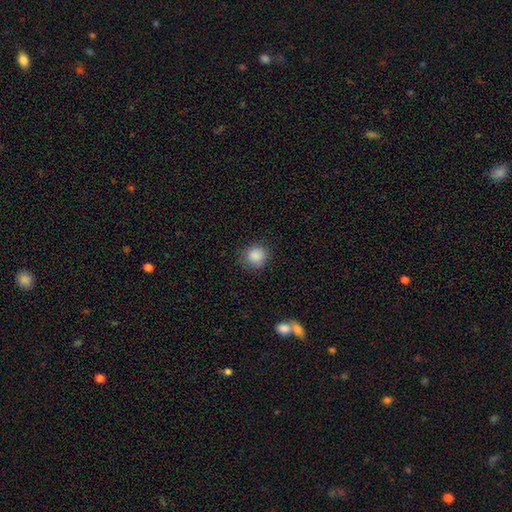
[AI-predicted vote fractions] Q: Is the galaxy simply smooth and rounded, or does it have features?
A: smooth — 87%.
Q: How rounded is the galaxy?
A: round — 88%.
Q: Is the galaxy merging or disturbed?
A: none — 84%.